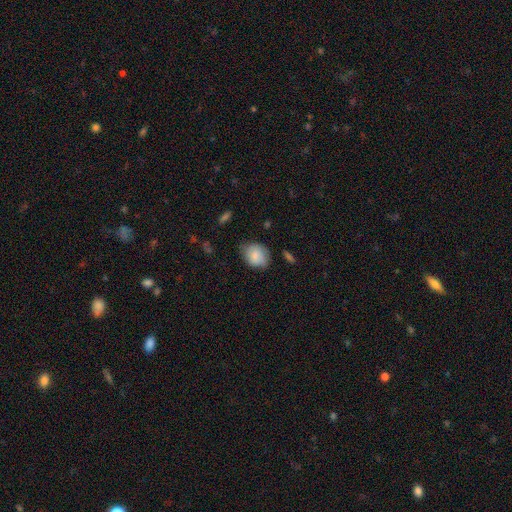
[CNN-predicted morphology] This appears to be a smooth galaxy with no disk features (80%) that is in between round and cigar-shaped (51%). Merging: none (66%).